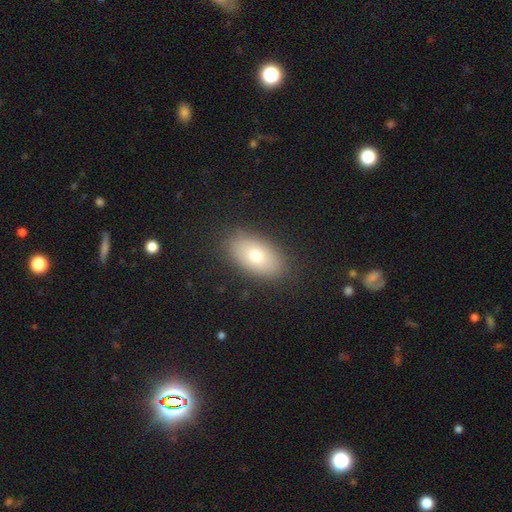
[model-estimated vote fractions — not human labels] A smooth galaxy with no disk features (74%) that is in between round and cigar-shaped (92%).

Vote fractions:
- Smooth or featured? smooth: 74% / featured or disk: 17% / star or artifact: 8%
- How rounded? in between: 92% / round: 6% / cigar-shaped: 2%
- Merging? none: 87% / minor disturbance: 9% / major disturbance: 3% / merger: 1%